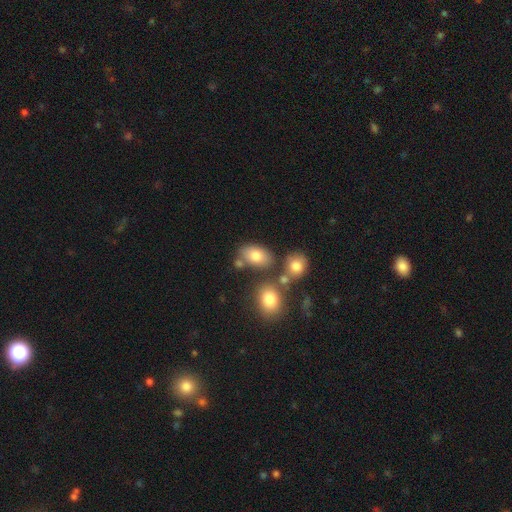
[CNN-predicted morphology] smooth-or-featured: smooth: 77% | featured or disk: 13% | star or artifact: 10%
  how-rounded: in between: 84% | round: 14% | cigar-shaped: 2%
  merging: none: 64% | merger: 16% | minor disturbance: 14% | major disturbance: 5%